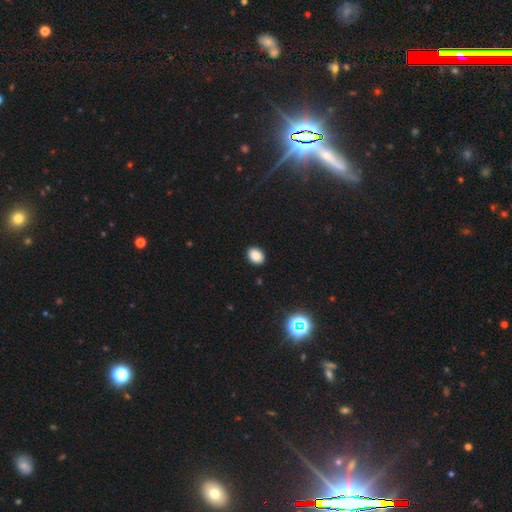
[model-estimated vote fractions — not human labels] This is clearly a smooth galaxy (86%). How rounded: likely in between (71%). Merging: clearly none (91%).